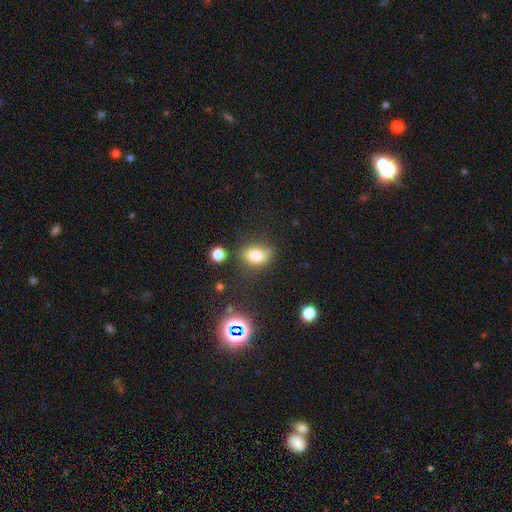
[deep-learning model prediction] Smooth or featured? smooth (78%)
How rounded? in between (65%)
Merging? none (71%)